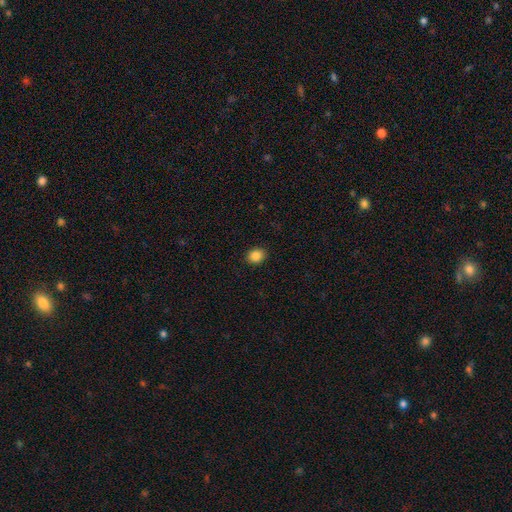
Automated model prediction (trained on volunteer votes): Smooth or featured? smooth (86%)
How rounded? round (61%)
Merging? none (90%)